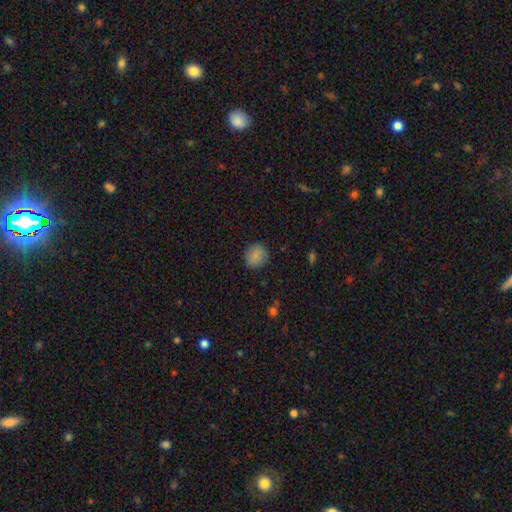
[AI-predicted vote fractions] This appears to be a smooth galaxy with no disk features (85%) that is round (83%). Merging: none (85%).